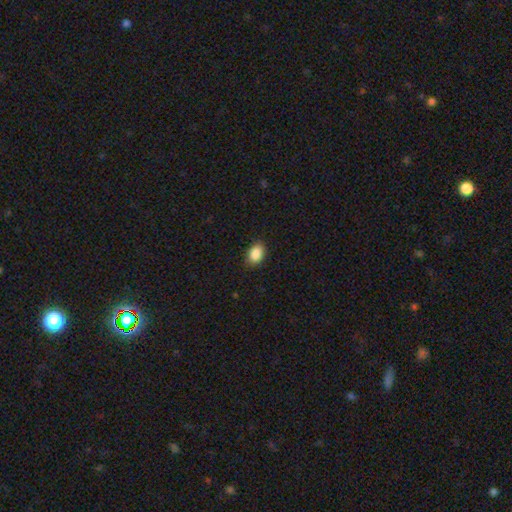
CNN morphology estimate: smooth_or_featured: smooth (p=0.89) [alt: star or artifact p=0.08]
how_rounded: in between (p=0.80) [alt: round p=0.19]
merging: none (p=0.85) [alt: minor disturbance p=0.12]